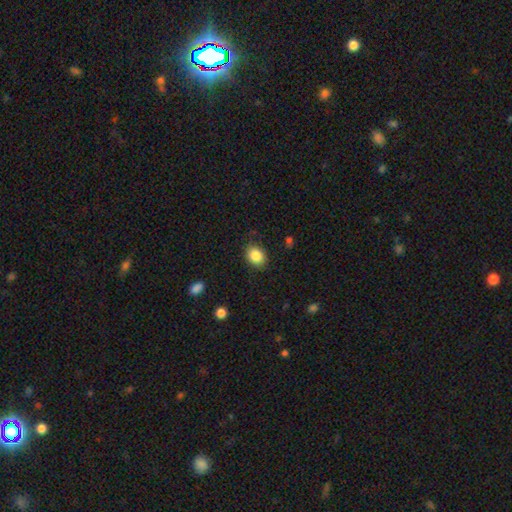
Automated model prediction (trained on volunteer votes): smooth 86%, star or artifact 9%, featured or disk 5%. Down the decision tree: how rounded — in between (54%); merging — none (85%).